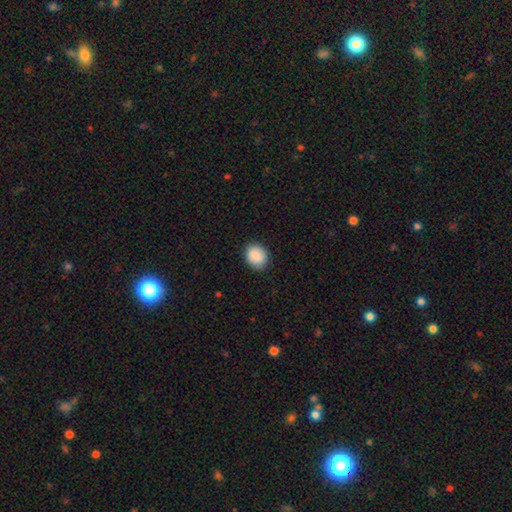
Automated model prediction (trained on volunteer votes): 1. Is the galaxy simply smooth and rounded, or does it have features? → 89% smooth, 7% star or artifact, 3% featured or disk.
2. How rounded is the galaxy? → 63% round, 36% in between, 1% cigar-shaped.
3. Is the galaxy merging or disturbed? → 85% none, 12% minor disturbance, 3% major disturbance, 1% merger.